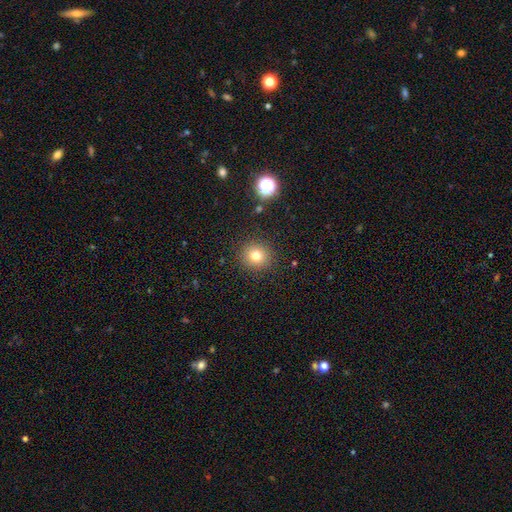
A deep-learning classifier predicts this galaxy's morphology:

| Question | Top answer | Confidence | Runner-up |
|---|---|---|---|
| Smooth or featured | smooth | 77% | star or artifact (15%) |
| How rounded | round | 89% | in between (10%) |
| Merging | none | 89% | minor disturbance (7%) |